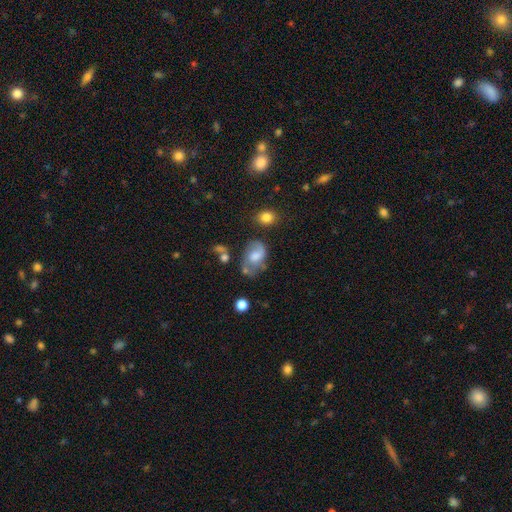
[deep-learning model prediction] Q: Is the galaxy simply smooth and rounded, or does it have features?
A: smooth — 45%, tied with featured or disk.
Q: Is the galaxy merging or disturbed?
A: none — 41%.